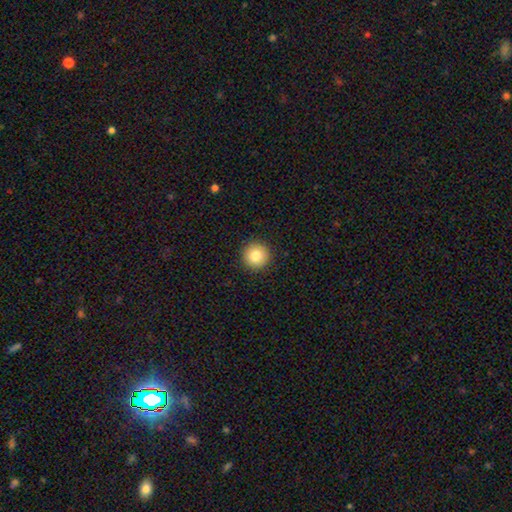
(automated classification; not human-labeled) This appears to be a smooth galaxy with no disk features (82%) that is round (96%). Merging: none (93%).